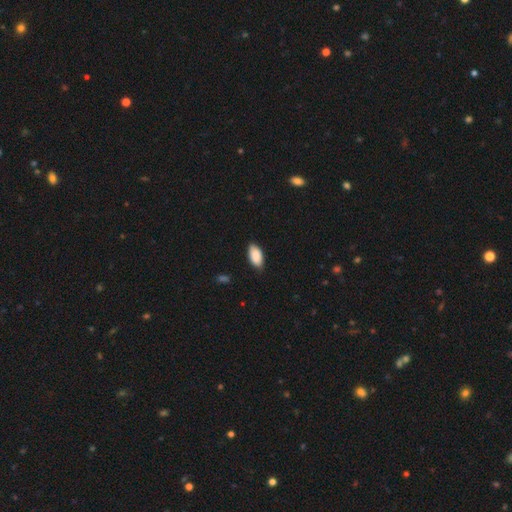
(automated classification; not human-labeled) smooth 89%, star or artifact 6%, featured or disk 5%. Down the decision tree: how rounded — in between (94%); merging — none (81%).